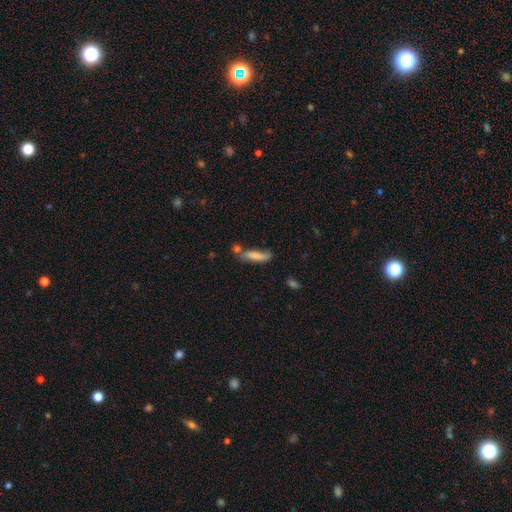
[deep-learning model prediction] This is likely a smooth galaxy (72%). How rounded: likely cigar-shaped (75%). Merging: possibly none (55%).